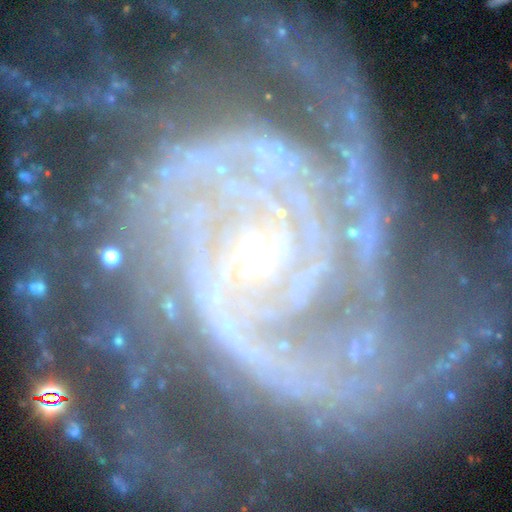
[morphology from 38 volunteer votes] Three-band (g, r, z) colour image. It shows a featured or disk galaxy (92%) with no bar (82%), 2 (38%, tied with 3) medium (53%) spiral arms (97%) and a small central bulge (76%). Merging: major disturbance (47%).